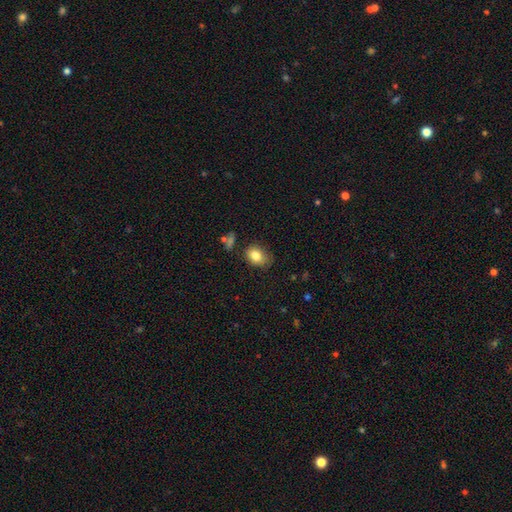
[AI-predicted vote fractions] smooth_or_featured: smooth (p=0.81) [alt: featured or disk p=0.09]
how_rounded: in between (p=0.66) [alt: round p=0.33]
merging: none (p=0.69) [alt: minor disturbance p=0.23]